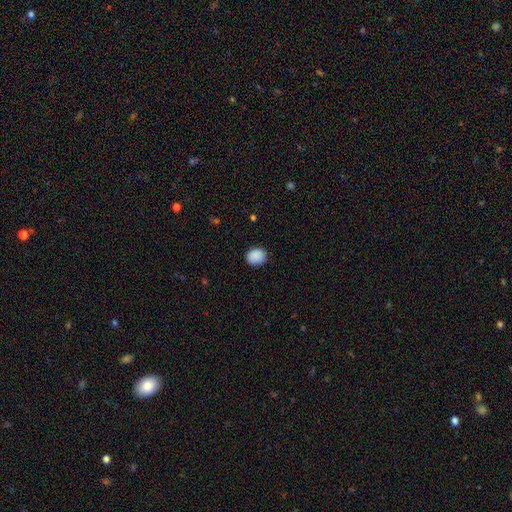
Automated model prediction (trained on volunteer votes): Overall: smooth (89%). How rounded: round (62%; in between 38%). Merging: none (87%).